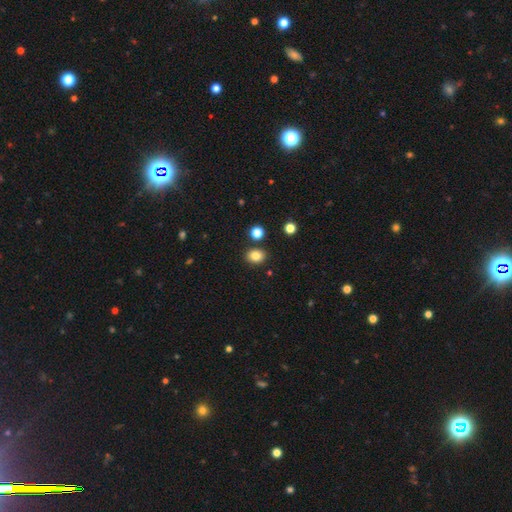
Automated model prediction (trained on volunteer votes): A smooth galaxy with no disk features (82%) that is round (51%). Merging: none (84%).